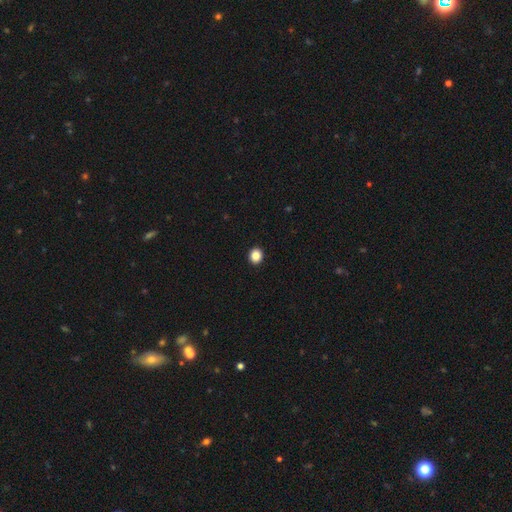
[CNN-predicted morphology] Smooth or featured? smooth (86%)
How rounded? round (74%)
Merging? none (93%)